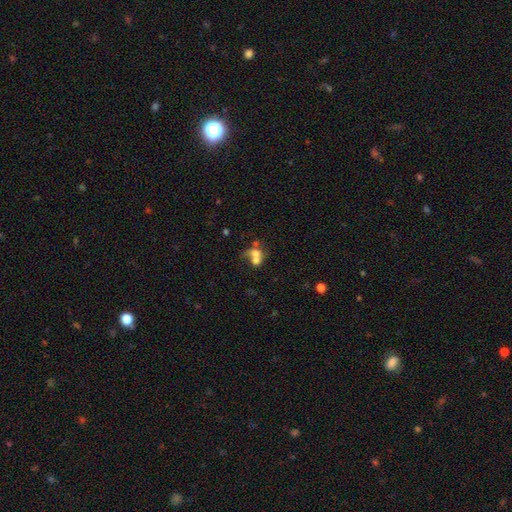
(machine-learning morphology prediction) A smooth galaxy with no disk features (60%) that is round (58%). Merging: merger (66%).